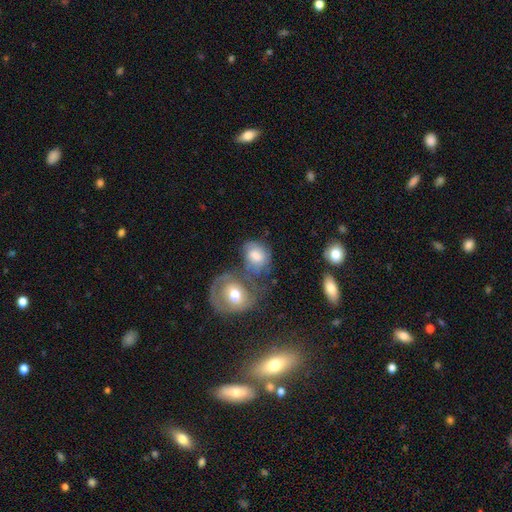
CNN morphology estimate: Overall: smooth (55%; featured or disk 36%). How rounded: in between (51%; round 48%). Merging: merger (39%; none 29%).